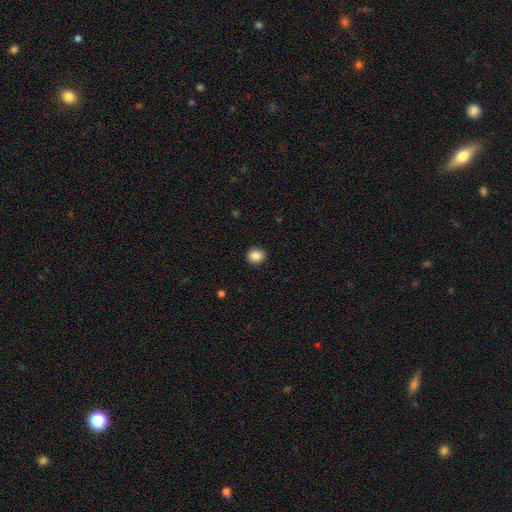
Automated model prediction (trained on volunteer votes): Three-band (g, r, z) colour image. It shows a smooth galaxy with no disk features (86%) that is round (75%). Merging: none (91%).